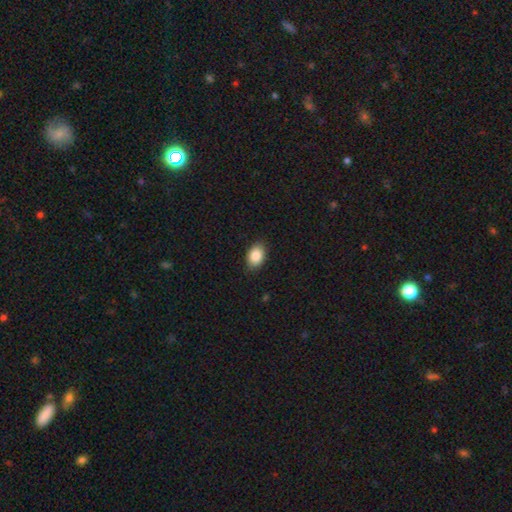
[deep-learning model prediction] Overall: smooth (87%). How rounded: in between (84%). Merging: none (87%).